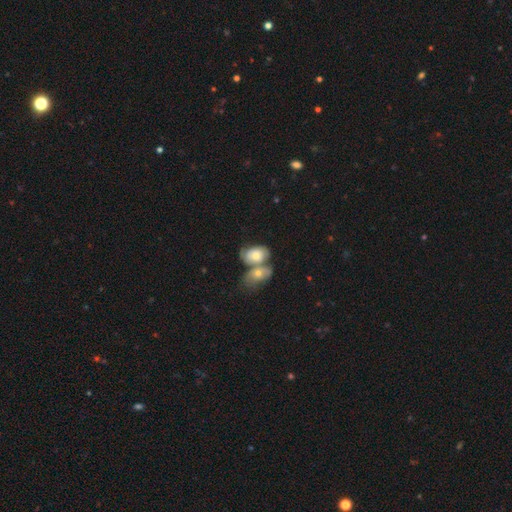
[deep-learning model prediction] smooth 58%, featured or disk 34%, star or artifact 8%. Down the decision tree: how rounded — in between (84%); merging — merger (60%).